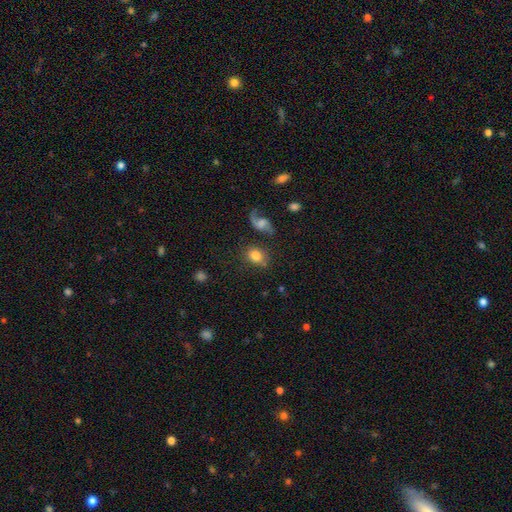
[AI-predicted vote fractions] Q: Smooth or featured?
A: smooth (74%); runner-up: featured or disk (17%)
Q: How rounded?
A: in between (49%); tied with: round (49%)
Q: Merging?
A: none (68%); runner-up: minor disturbance (16%)